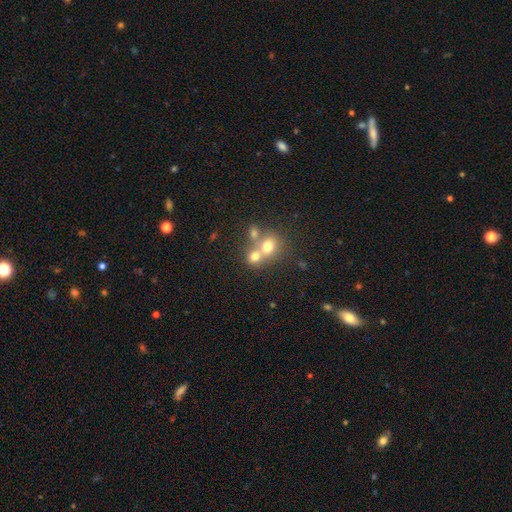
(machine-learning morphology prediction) A smooth galaxy with no disk features (53%) that is round (78%).

Vote fractions:
- Smooth or featured? smooth: 53% / star or artifact: 27% / featured or disk: 21%
- How rounded? round: 78% / in between: 20% / cigar-shaped: 2%
- Merging? merger: 52% / none: 38% / minor disturbance: 6% / major disturbance: 3%